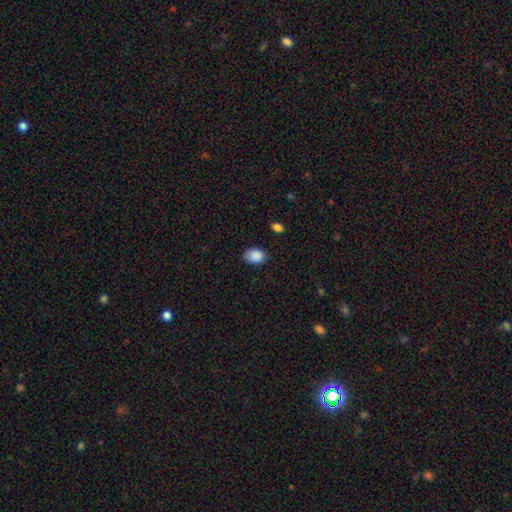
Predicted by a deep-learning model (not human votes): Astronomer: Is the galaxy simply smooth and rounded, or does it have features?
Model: smooth — 89%.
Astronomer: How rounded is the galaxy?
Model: in between — 83%.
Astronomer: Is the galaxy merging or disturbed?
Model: none — 79%.